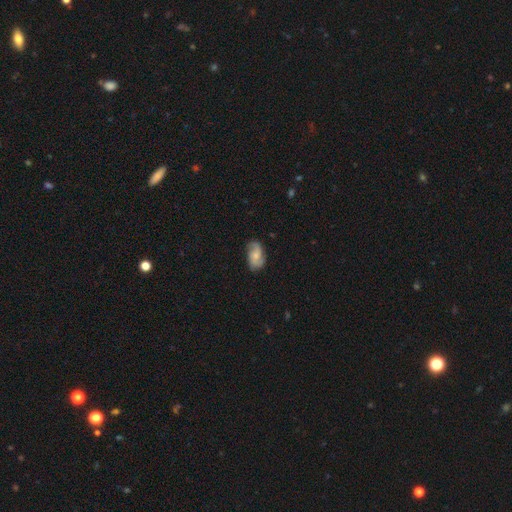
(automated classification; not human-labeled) The model was most divided on "bulge size": small: 44%, moderate: 40%, none: 10%, large: 4%, dominant: 1%. Remaining: edge-on disk — no (96%); spiral arms — yes (92%); merging — none (74%); spiral arm count — 2 (65%); bar — no (65%); smooth or featured — featured or disk (60%); spiral winding — medium (45%).